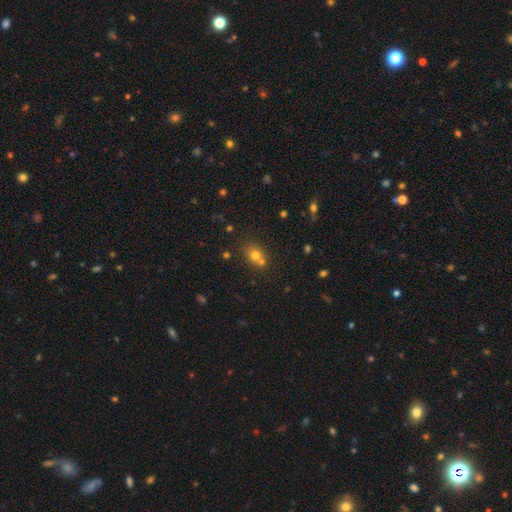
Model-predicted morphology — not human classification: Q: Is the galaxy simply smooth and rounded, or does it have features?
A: smooth — 68%.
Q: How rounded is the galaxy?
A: round — 69%.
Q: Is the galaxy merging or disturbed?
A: none — 49%.